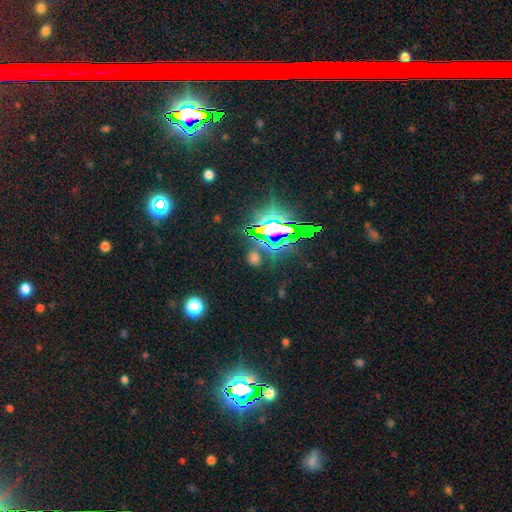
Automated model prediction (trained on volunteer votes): A star or artifact, not a galaxy (78%).